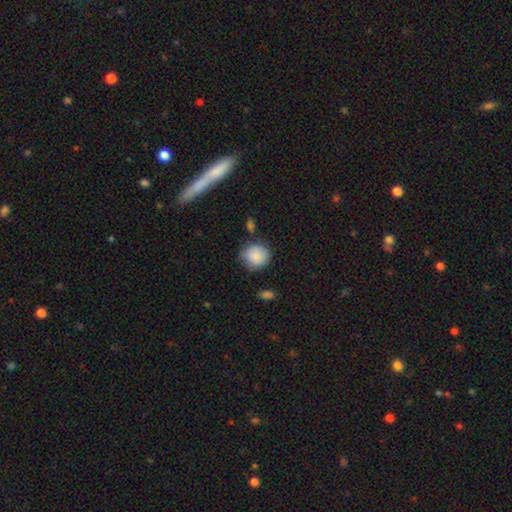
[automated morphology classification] Q: Smooth or featured?
A: smooth (86%); runner-up: star or artifact (7%)
Q: How rounded?
A: round (86%); runner-up: in between (13%)
Q: Merging?
A: none (73%); runner-up: minor disturbance (19%)